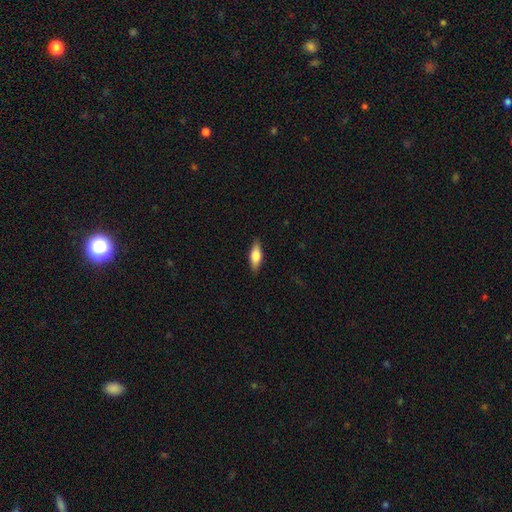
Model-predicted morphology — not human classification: smooth 69%, featured or disk 25%, star or artifact 6%. Down the decision tree: how rounded — in between (65%); merging — none (88%).